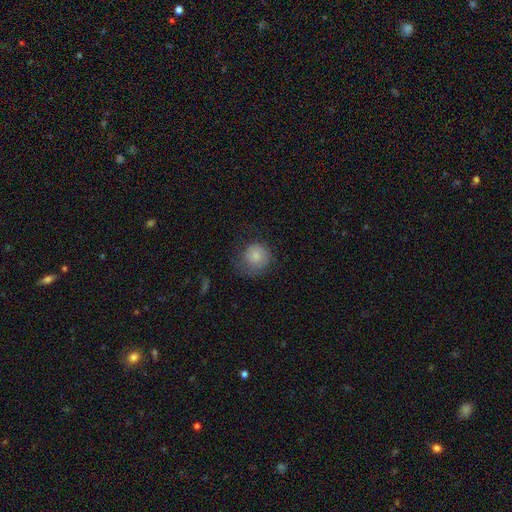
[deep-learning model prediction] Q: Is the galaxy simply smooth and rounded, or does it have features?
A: smooth — 82%.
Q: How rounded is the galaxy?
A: round — 90%.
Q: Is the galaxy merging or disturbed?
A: none — 59%.